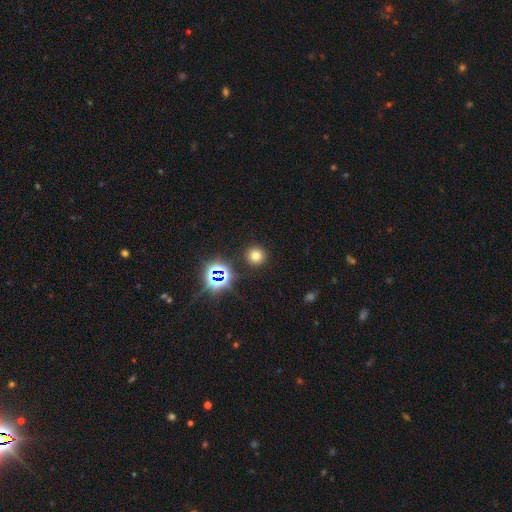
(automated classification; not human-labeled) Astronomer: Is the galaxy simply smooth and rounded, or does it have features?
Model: smooth — 70%.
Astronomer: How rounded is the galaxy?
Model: round — 94%.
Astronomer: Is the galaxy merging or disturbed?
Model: none — 90%.